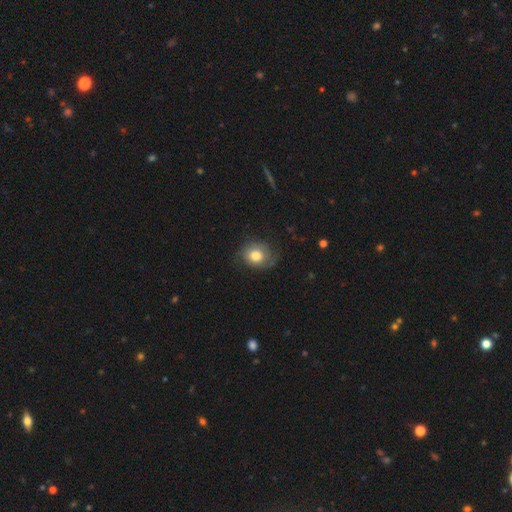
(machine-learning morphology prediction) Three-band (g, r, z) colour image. It shows a smooth galaxy with no disk features (70%) that is round (63%). Merging: none (63%).